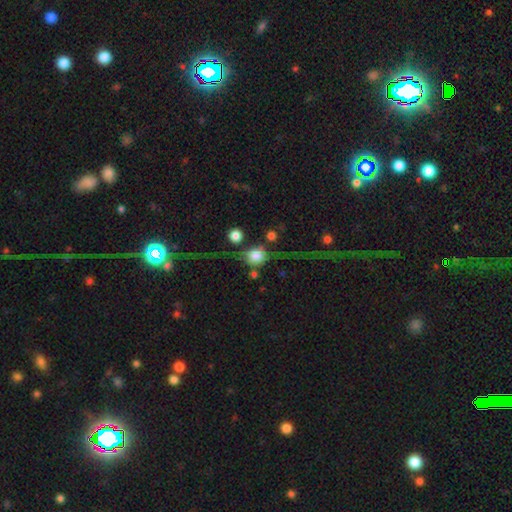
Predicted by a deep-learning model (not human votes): A smooth galaxy with no disk features (75%) that is round (82%). Merging: none (51%).